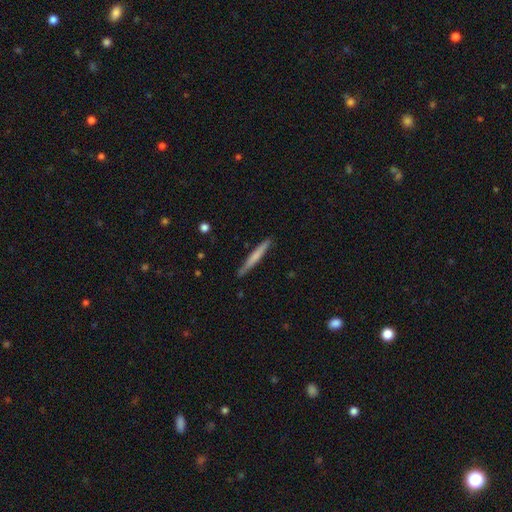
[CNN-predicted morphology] Smooth or featured? smooth (61%)
How rounded? cigar-shaped (96%)
Merging? none (86%)